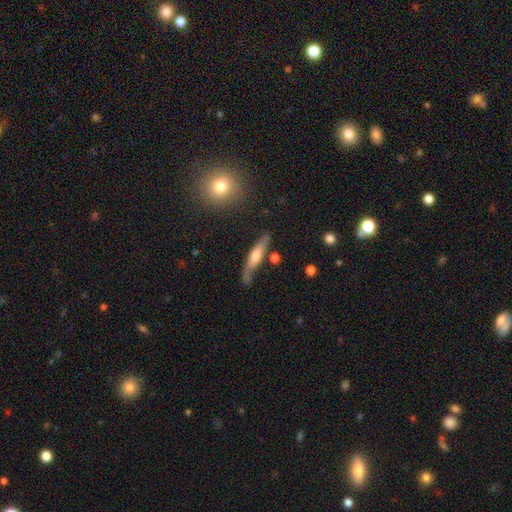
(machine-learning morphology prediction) This is possibly a featured or disk galaxy (52%). It is likely viewed edge-on (79%). Merging: likely none (65%).